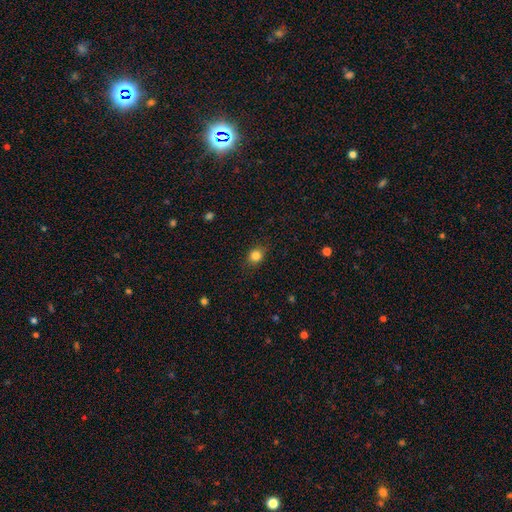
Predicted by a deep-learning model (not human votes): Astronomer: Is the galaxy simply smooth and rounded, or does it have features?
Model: smooth — 83%.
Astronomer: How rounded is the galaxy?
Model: round — 67%.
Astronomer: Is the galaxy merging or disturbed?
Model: none — 83%.